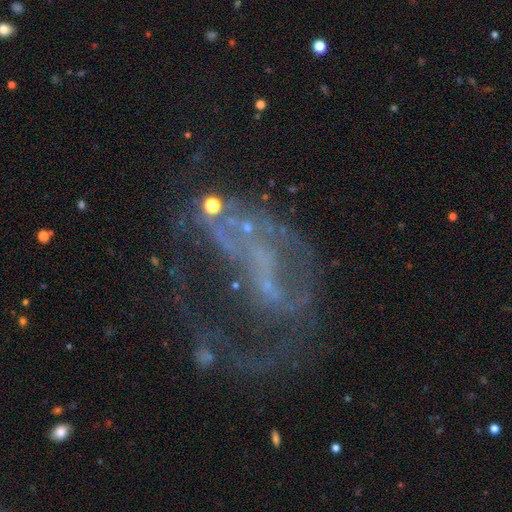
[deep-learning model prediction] Morphology: type=featured or disk (65%); edge-on=no (96%); bar=no (65%); spiral arms=no (60%); bulge=none (76%); merging=major disturbance (54%).